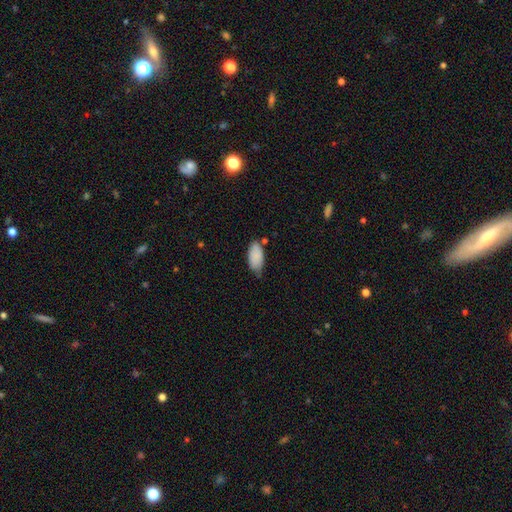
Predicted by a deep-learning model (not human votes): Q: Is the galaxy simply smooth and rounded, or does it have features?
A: smooth — 88%.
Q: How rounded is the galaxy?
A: in between — 94%.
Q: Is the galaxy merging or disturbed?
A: none — 62%.